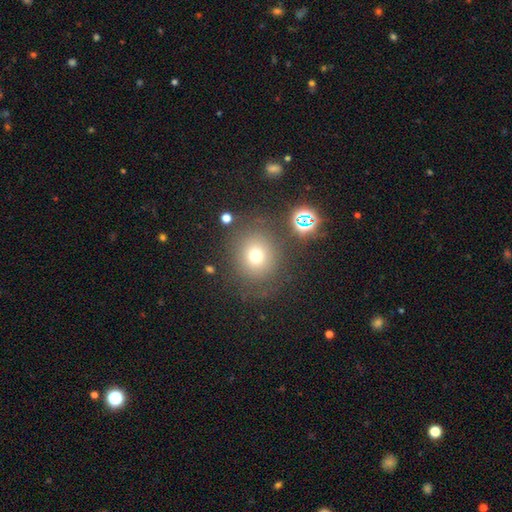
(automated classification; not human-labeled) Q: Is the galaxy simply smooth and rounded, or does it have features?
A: smooth — 69%.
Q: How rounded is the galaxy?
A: round — 82%.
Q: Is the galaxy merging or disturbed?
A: none — 76%.